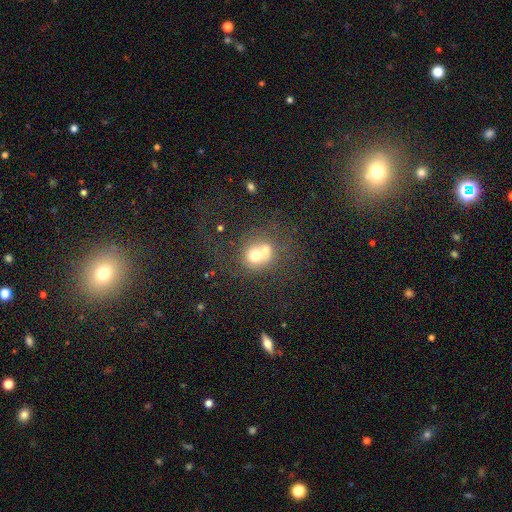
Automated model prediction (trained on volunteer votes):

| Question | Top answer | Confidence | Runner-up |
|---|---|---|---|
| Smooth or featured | smooth | 59% | featured or disk (27%) |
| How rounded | round | 78% | in between (21%) |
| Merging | merger | 62% | none (26%) |